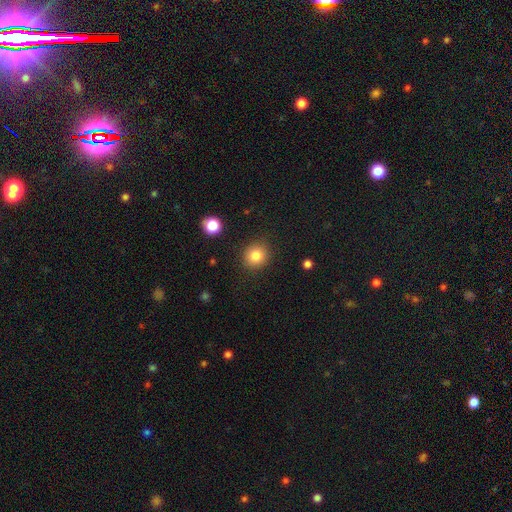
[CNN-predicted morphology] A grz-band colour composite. It shows a smooth galaxy with no disk features (83%) that is round (86%). Merging: none (89%).